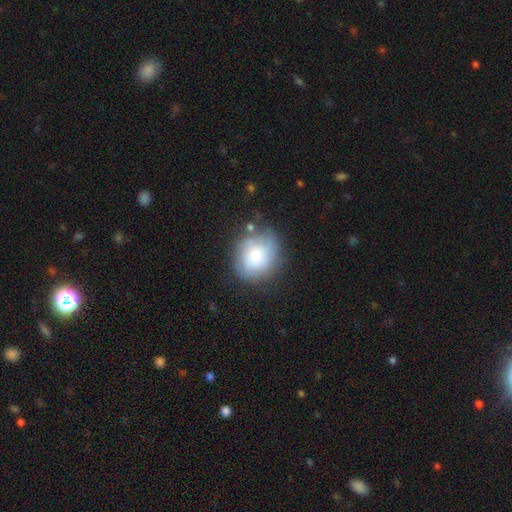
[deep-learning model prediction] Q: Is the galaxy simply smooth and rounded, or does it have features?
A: smooth — 70%.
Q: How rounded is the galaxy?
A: round — 76%.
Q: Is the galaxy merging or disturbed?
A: none — 66%.